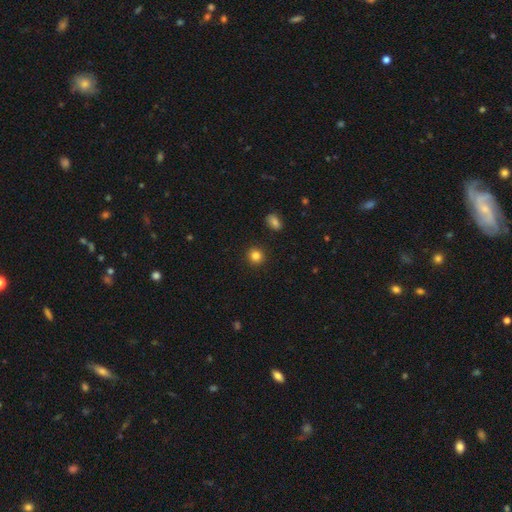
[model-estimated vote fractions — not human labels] Morphology: type=smooth (84%); roundness=round (91%); merging=none (91%).